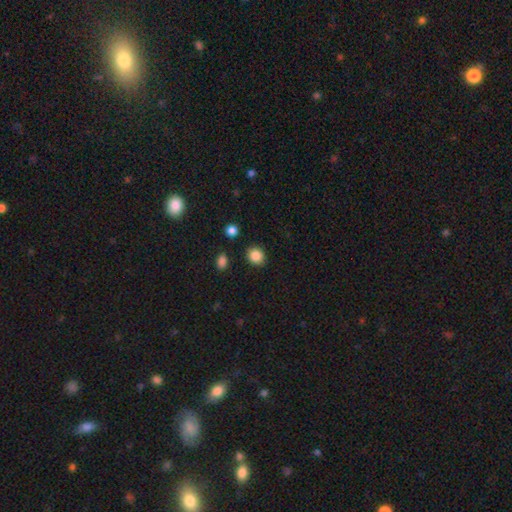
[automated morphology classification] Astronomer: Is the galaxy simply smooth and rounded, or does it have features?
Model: smooth — 87%.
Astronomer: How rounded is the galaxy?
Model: round — 78%.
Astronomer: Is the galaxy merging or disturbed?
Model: none — 88%.